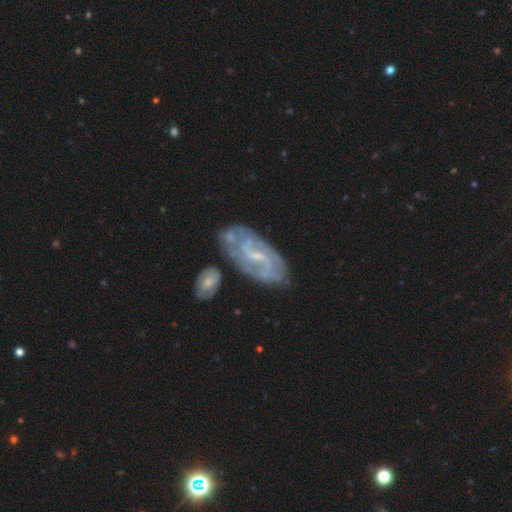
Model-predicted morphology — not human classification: This is clearly a featured or disk galaxy (83%). It is clearly not viewed edge-on (94%). Bar: possibly weak (55%). Spiral arm pattern: clearly yes (93%). Spiral arm count: possibly 2 (59%). Spiral winding: marginally medium (43%, tied with tight). Central bulge: likely small (67%). Merging: likely none (63%).